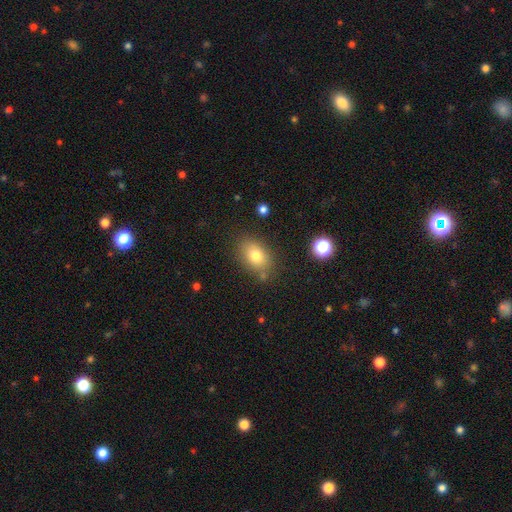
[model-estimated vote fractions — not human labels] The model was most divided on "how rounded": in between: 77%, round: 22%, cigar-shaped: 1%. More confident: merging — none (77%); smooth or featured — smooth (77%).